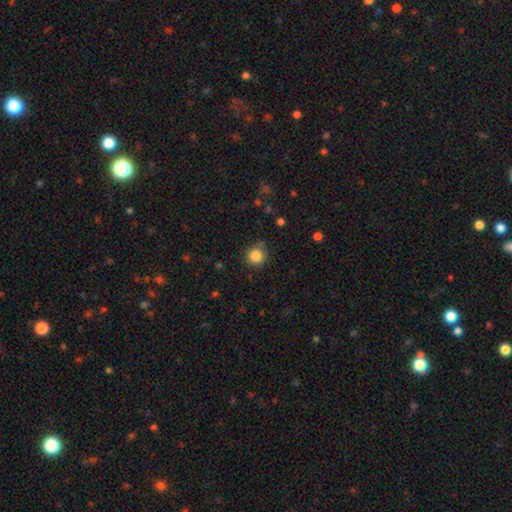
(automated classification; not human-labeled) A smooth galaxy with no disk features (85%) that is round (95%). Merging: none (86%).